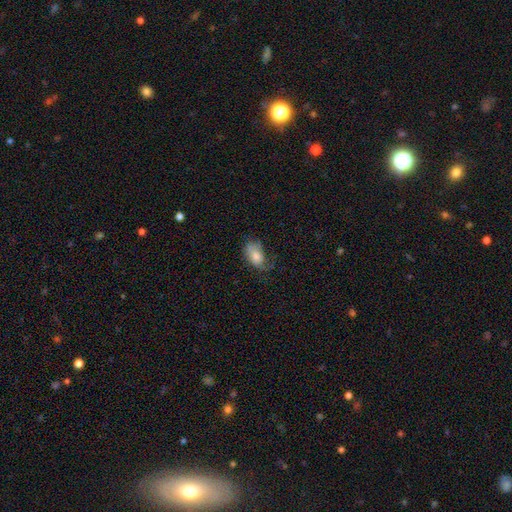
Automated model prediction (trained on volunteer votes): Smooth or featured? Predicted: smooth (p=0.78). How rounded? Predicted: in between (p=0.91). Merging? Predicted: none (p=0.46).